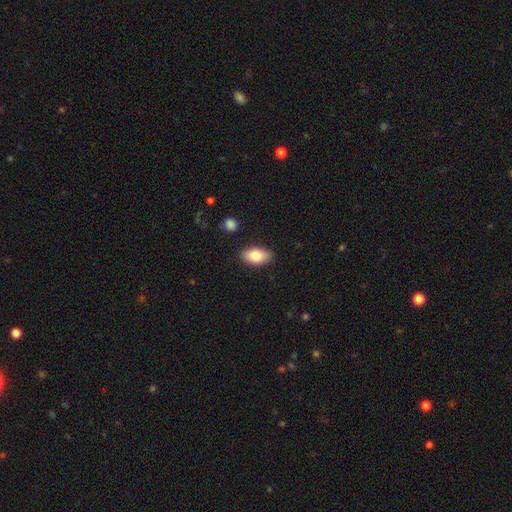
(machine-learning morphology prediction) Q: Smooth or featured?
A: smooth (83%); runner-up: featured or disk (11%)
Q: How rounded?
A: in between (93%); runner-up: round (5%)
Q: Merging?
A: none (87%); runner-up: minor disturbance (10%)